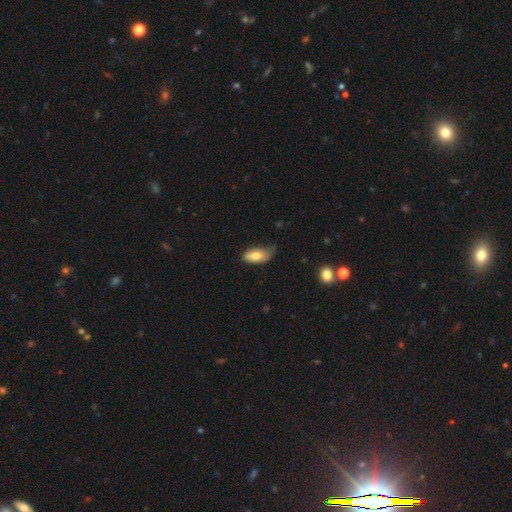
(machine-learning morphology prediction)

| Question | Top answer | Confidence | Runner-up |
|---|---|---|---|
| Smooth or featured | smooth | 78% | featured or disk (15%) |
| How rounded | in between | 90% | cigar-shaped (7%) |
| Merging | minor disturbance | 43% | none (41%) |